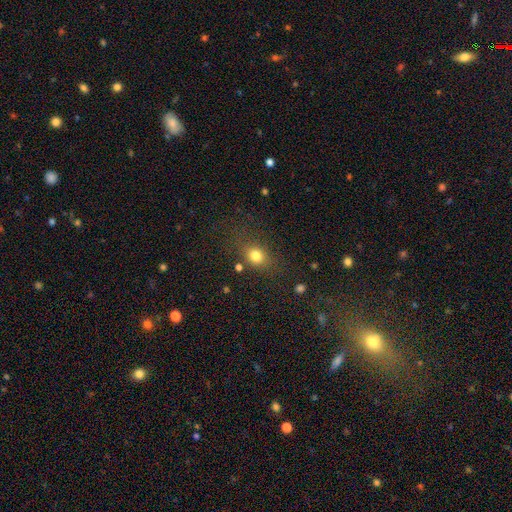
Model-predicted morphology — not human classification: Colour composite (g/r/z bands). It shows a smooth galaxy with no disk features (79%) that is round (58%). Merging: none (72%).